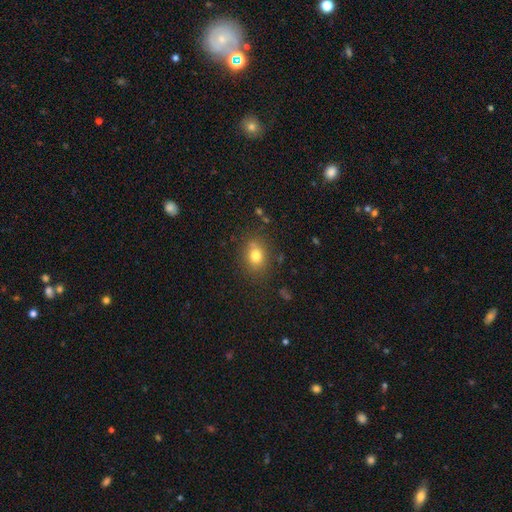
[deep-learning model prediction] smooth-or-featured: smooth: 77% | star or artifact: 13% | featured or disk: 10%
  how-rounded: round: 51% | in between: 48% | cigar-shaped: 1%
  merging: none: 77% | minor disturbance: 14% | merger: 5% | major disturbance: 4%